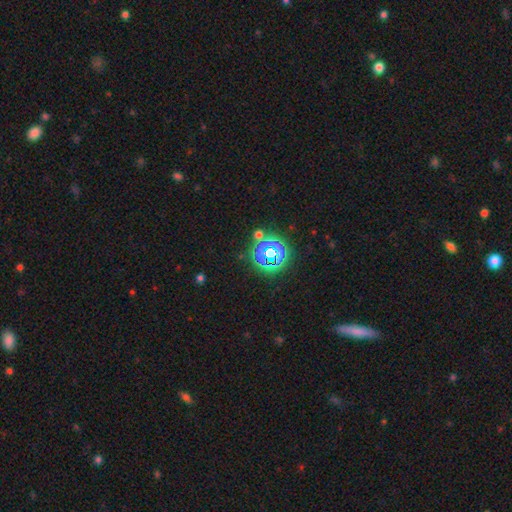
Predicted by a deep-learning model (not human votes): star or artifact 51%, smooth 41%, featured or disk 8%.